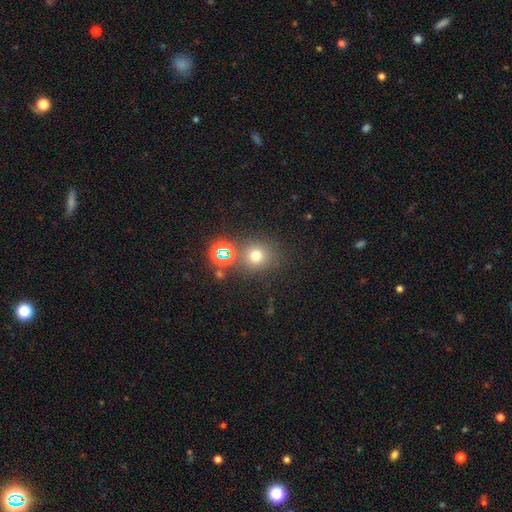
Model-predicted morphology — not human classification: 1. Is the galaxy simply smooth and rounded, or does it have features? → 67% smooth, 25% star or artifact, 8% featured or disk.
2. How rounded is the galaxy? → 88% round, 11% in between, 1% cigar-shaped.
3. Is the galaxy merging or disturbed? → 76% none, 11% merger, 9% minor disturbance, 4% major disturbance.